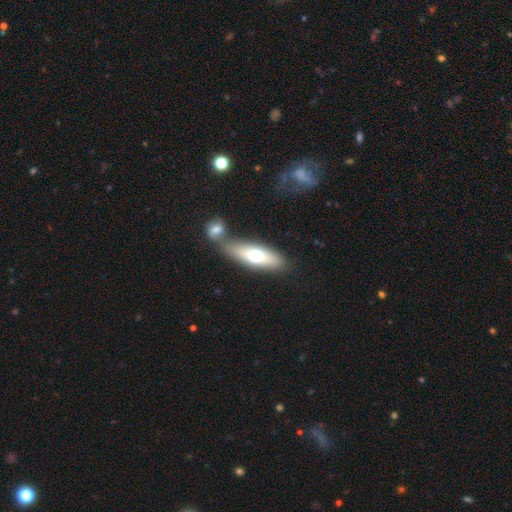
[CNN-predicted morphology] Q: Smooth or featured?
A: smooth (63%); runner-up: featured or disk (31%)
Q: How rounded?
A: in between (62%); runner-up: cigar-shaped (35%)
Q: Merging?
A: none (50%); runner-up: merger (34%)